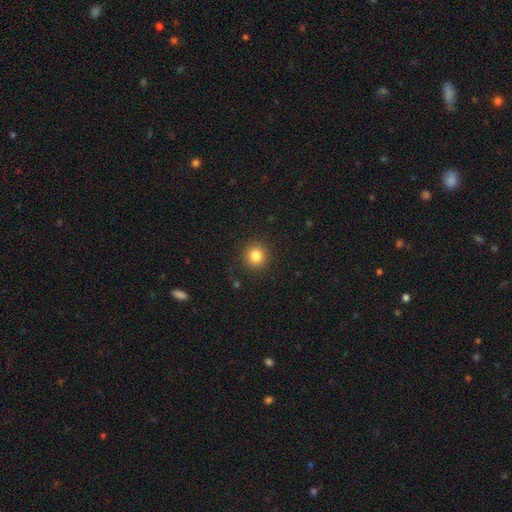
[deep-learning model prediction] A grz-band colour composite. It shows a smooth galaxy with no disk features (84%) that is round (93%). Merging: none (91%).